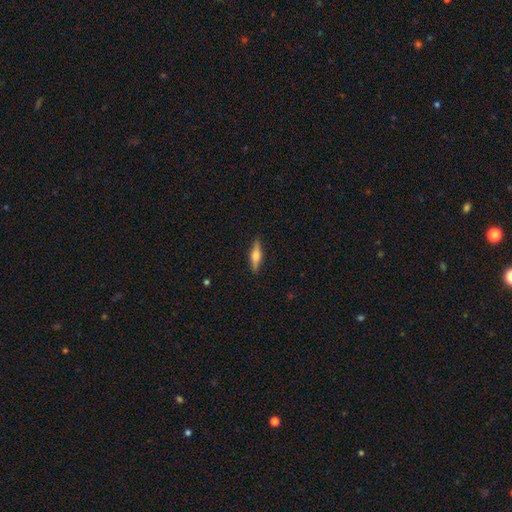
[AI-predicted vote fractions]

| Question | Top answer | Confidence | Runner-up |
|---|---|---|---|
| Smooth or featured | featured or disk | 52% | smooth (41%) |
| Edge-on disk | yes | 95% | no (5%) |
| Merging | none | 88% | minor disturbance (9%) |